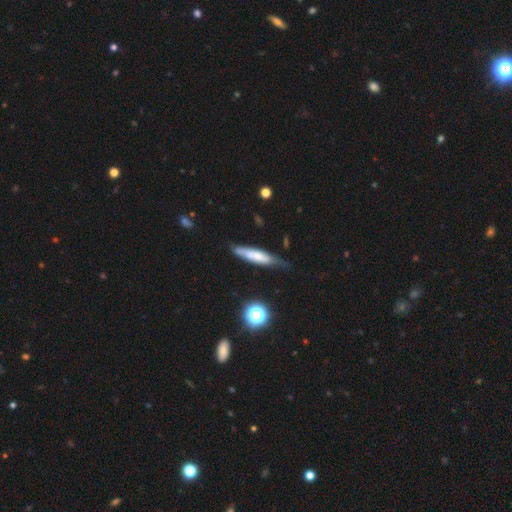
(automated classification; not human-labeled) smooth_or_featured: smooth (p=0.56) [alt: featured or disk p=0.37]
how_rounded: cigar-shaped (p=0.81) [alt: in between p=0.17]
merging: none (p=0.55) [alt: minor disturbance p=0.32]